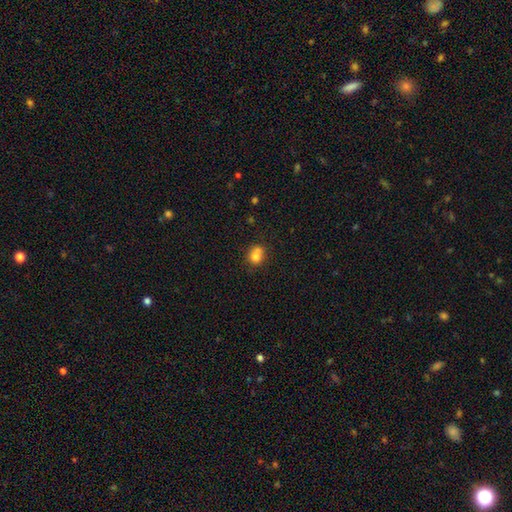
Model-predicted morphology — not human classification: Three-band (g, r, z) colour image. It shows a smooth galaxy with no disk features (75%) that is round (70%). Merging: merger (41%, tied with none).